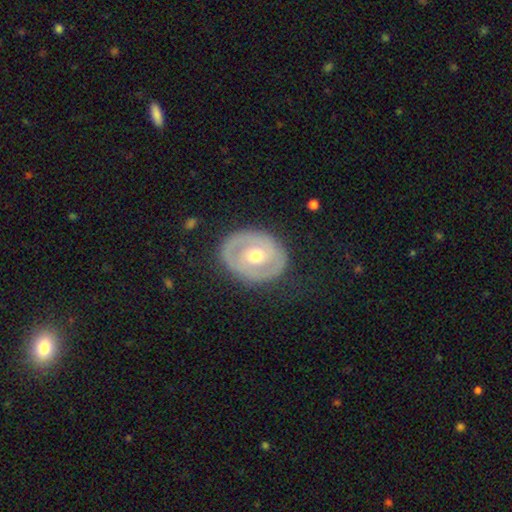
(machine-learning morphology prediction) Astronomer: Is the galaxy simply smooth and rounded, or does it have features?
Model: featured or disk — 68%.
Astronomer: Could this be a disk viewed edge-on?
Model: no — 95%.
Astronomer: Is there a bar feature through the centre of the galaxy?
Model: no — 64%.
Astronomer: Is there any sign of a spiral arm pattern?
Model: no — 56% (runner-up: yes, 44%).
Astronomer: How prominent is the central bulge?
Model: moderate — 74%.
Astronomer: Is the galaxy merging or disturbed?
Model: none — 79%.